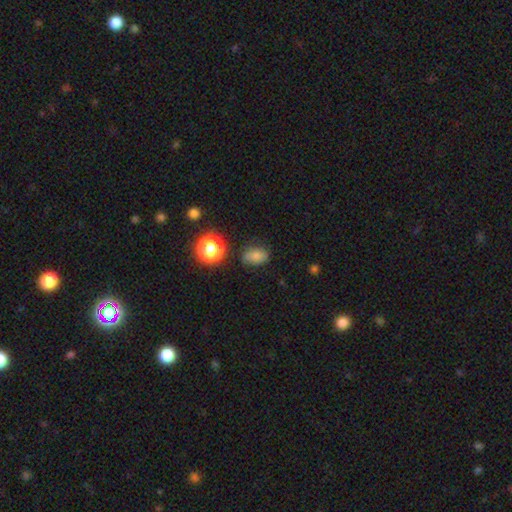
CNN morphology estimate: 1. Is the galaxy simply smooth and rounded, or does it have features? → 75% smooth, 15% star or artifact, 10% featured or disk.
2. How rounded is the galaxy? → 72% in between, 26% round, 2% cigar-shaped.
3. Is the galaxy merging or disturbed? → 73% none, 19% minor disturbance, 5% major disturbance, 3% merger.